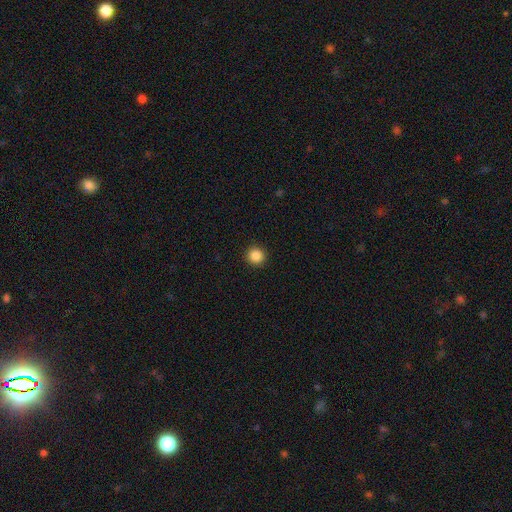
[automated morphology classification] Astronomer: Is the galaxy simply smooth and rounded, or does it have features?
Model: smooth — 87%.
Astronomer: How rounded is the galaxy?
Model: round — 94%.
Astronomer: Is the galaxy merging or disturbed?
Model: none — 93%.